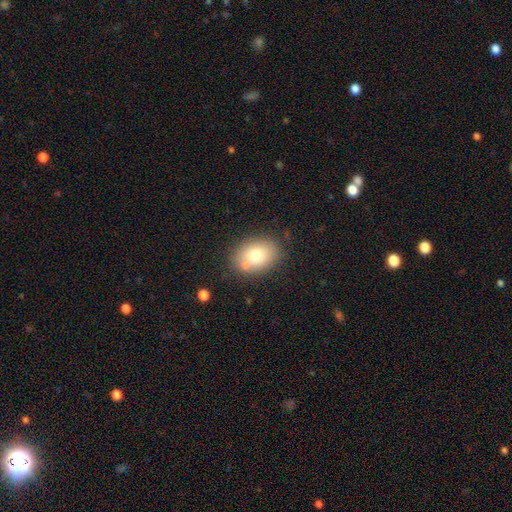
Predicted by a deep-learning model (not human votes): A smooth galaxy with no disk features (75%) that is in between round and cigar-shaped (69%).

Vote fractions:
- Smooth or featured? smooth: 75% / featured or disk: 15% / star or artifact: 9%
- How rounded? in between: 69% / round: 30% / cigar-shaped: 1%
- Merging? none: 75% / minor disturbance: 13% / merger: 8% / major disturbance: 3%